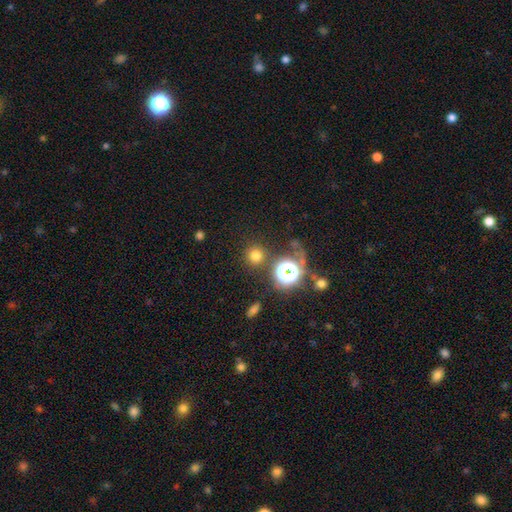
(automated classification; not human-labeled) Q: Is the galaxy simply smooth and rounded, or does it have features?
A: smooth — 69%.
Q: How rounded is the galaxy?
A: round — 94%.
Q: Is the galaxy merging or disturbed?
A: none — 84%.